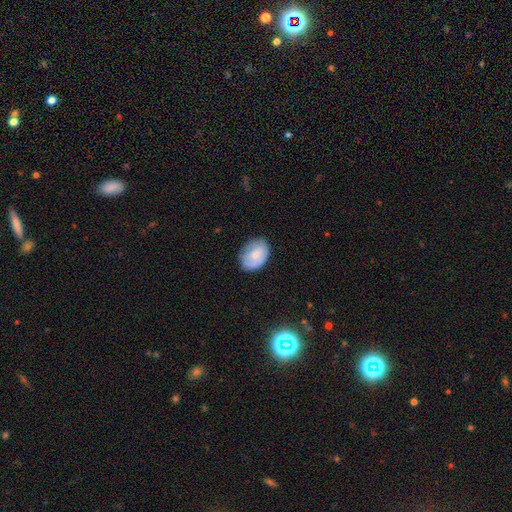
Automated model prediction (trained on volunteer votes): This is likely a smooth galaxy (71%). How rounded: likely in between (78%). Merging: likely none (71%).